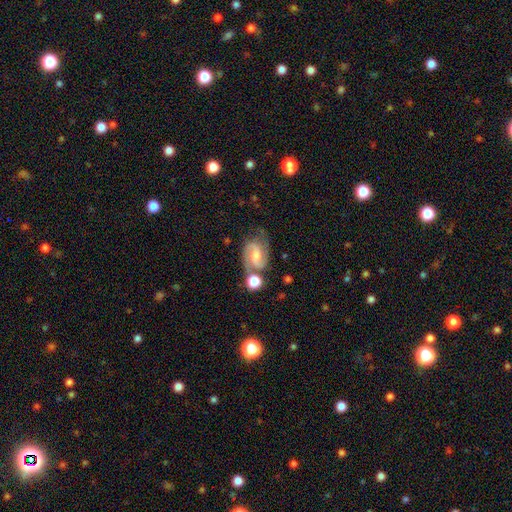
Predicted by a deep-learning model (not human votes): Smooth or featured? featured or disk (81%)
Edge-on disk? no (97%)
Bar? weak (49%)
Spiral arms? yes (97%)
Spiral winding? medium (57%)
Spiral arm count? 2 (91%)
Bulge size? moderate (41%)
Merging? none (56%)